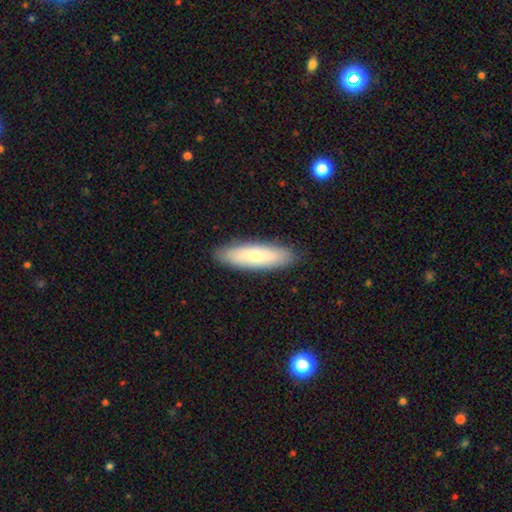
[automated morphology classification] type=smooth (68%); roundness=cigar-shaped (55%); merging=none (89%).